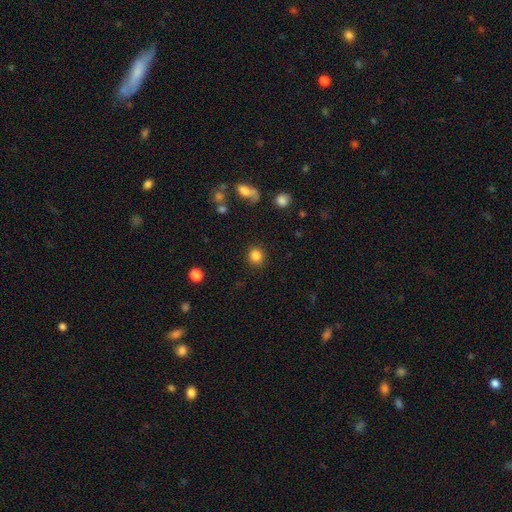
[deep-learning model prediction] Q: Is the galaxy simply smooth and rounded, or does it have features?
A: smooth — 85%.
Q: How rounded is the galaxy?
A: round — 87%.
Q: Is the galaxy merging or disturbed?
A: none — 88%.